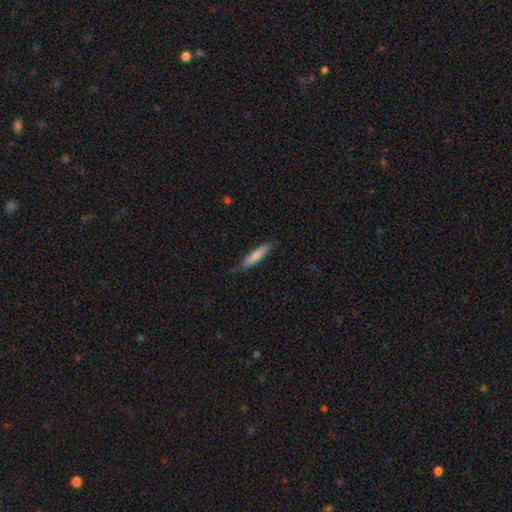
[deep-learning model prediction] A smooth galaxy with no disk features (77%) that is cigar-shaped (85%).

Vote fractions:
- Smooth or featured? smooth: 77% / featured or disk: 18% / star or artifact: 5%
- How rounded? cigar-shaped: 85% / in between: 14% / round: 1%
- Merging? none: 81% / minor disturbance: 16% / major disturbance: 2% / merger: 1%